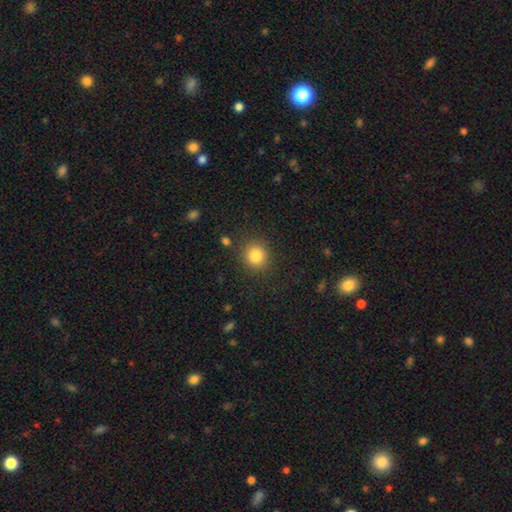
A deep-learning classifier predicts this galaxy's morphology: This is clearly a smooth galaxy (84%). How rounded: clearly round (87%). Merging: clearly none (87%).